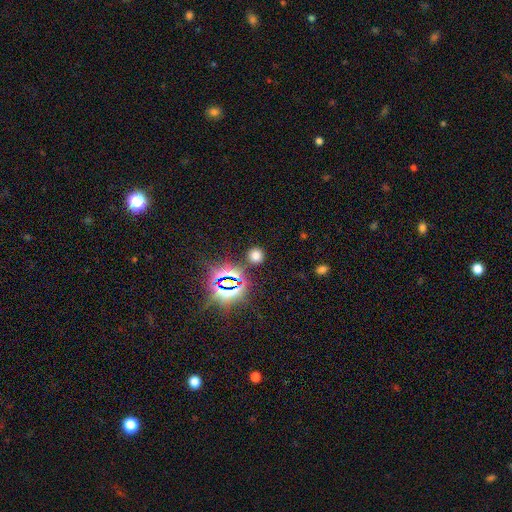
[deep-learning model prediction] Overall: smooth (65%; star or artifact 28%). How rounded: round (89%). Merging: none (88%).